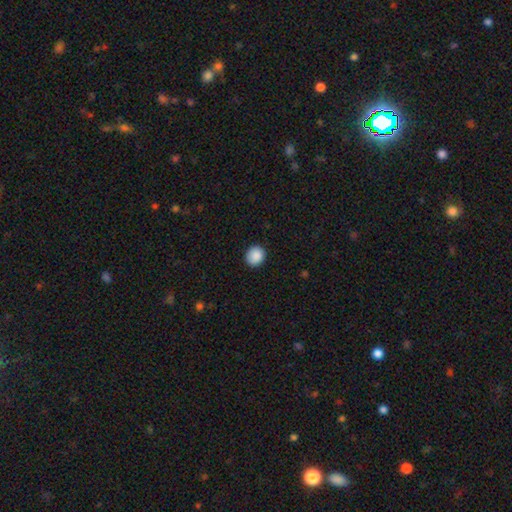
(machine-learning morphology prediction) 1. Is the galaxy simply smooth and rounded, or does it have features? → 89% smooth, 8% star or artifact, 3% featured or disk.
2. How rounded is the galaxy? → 78% round, 21% in between, 1% cigar-shaped.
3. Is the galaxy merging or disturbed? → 90% none, 7% minor disturbance, 2% major disturbance, 1% merger.